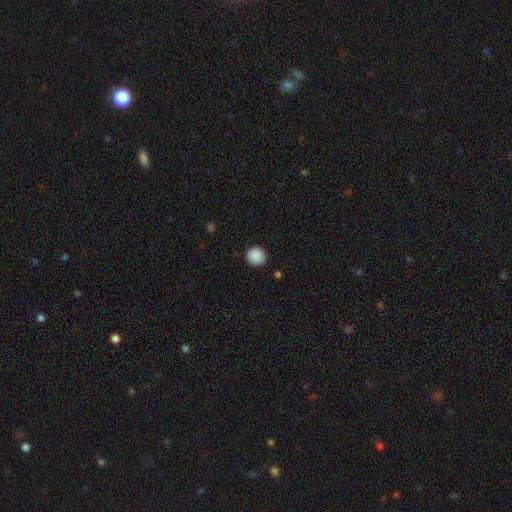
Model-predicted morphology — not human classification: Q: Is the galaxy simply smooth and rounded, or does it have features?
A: smooth — 89%.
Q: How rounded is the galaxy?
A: round — 90%.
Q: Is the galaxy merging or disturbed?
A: none — 91%.